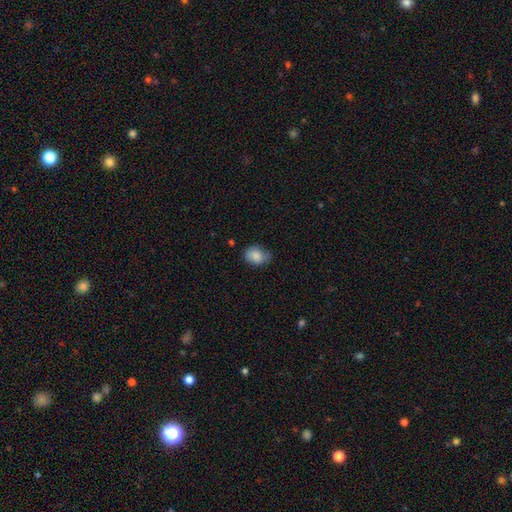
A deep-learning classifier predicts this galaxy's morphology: A smooth galaxy with no disk features (83%) that is in between round and cigar-shaped (73%). Merging: none (62%).